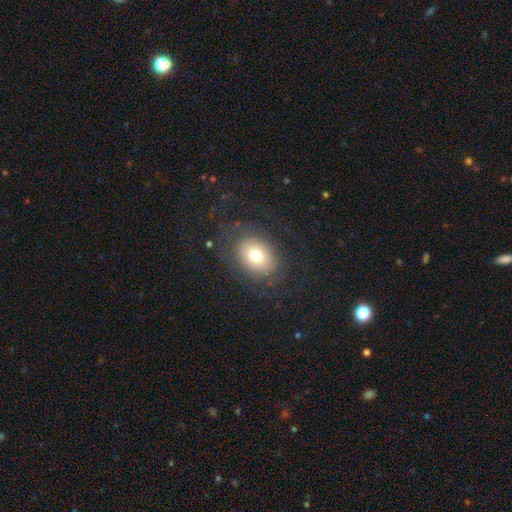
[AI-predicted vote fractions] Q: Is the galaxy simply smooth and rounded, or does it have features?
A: smooth — 71%.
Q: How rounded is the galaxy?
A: in between — 67%.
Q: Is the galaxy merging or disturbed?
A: none — 75%.